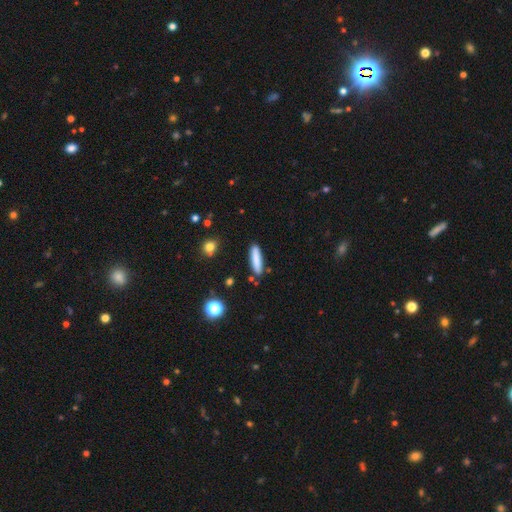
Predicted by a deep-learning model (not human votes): Smooth or featured? Predicted: smooth (p=0.82). How rounded? Predicted: cigar-shaped (p=0.79). Merging? Predicted: none (p=0.84).